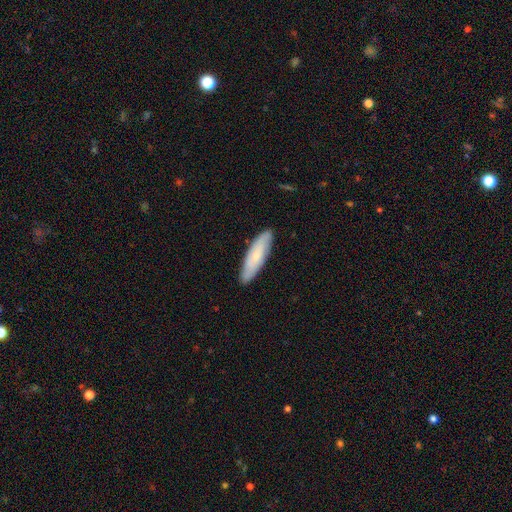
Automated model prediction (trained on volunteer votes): smooth 64%, featured or disk 30%, star or artifact 6%. Down the decision tree: how rounded — cigar-shaped (65%); merging — none (87%).